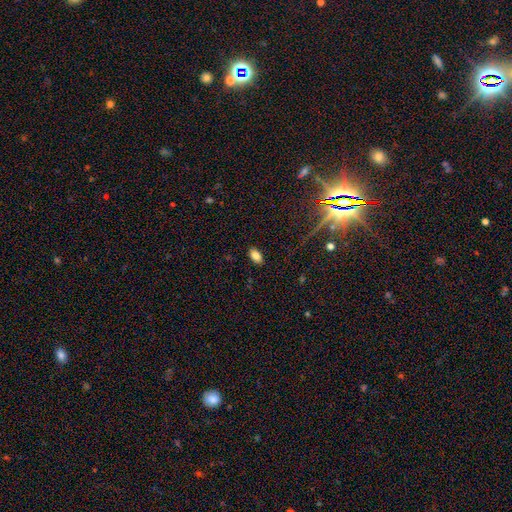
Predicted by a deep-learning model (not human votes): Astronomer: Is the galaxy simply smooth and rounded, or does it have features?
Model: smooth — 83%.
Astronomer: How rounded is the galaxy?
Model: in between — 93%.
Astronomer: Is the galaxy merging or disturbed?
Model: none — 89%.